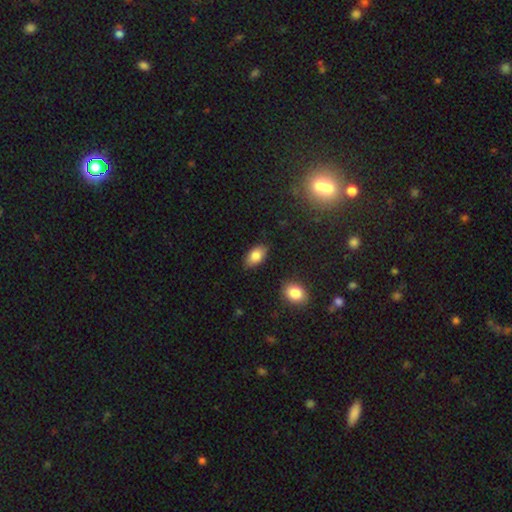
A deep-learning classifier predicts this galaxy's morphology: type=smooth (84%); roundness=in between (93%); merging=none (85%).